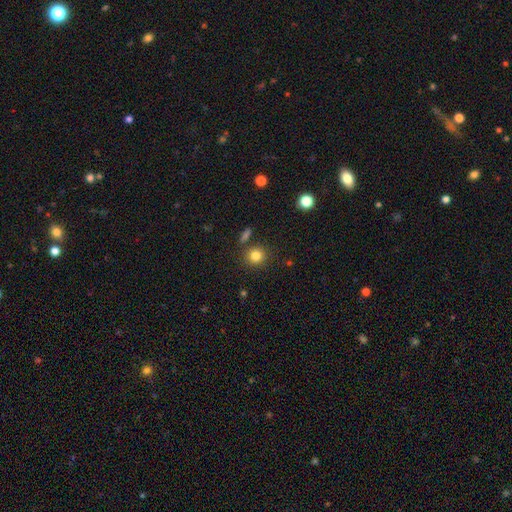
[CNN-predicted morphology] smooth_or_featured: smooth (p=0.82) [alt: star or artifact p=0.12]
how_rounded: round (p=0.89) [alt: in between p=0.10]
merging: none (p=0.84) [alt: minor disturbance p=0.08]